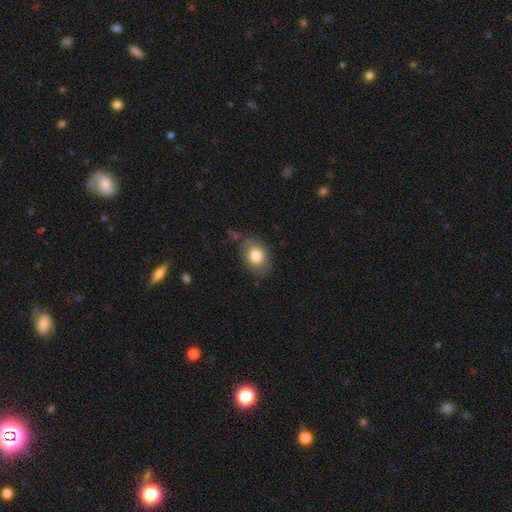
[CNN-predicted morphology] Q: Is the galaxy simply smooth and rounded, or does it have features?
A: smooth — 80%.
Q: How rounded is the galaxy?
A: in between — 71%.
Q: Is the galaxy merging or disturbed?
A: none — 75%.